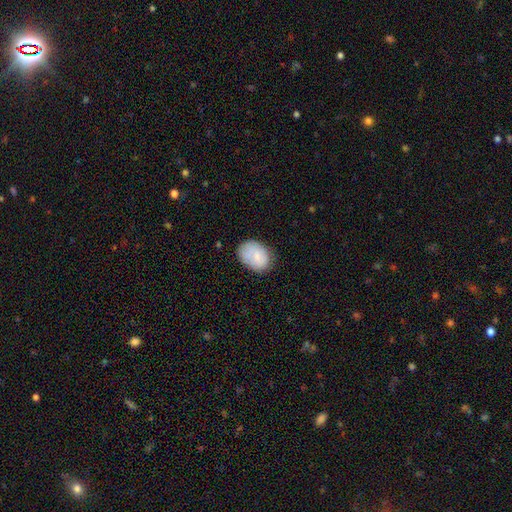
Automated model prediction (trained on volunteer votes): smooth 73%, featured or disk 20%, star or artifact 7%. Down the decision tree: how rounded — in between (75%); merging — none (71%).